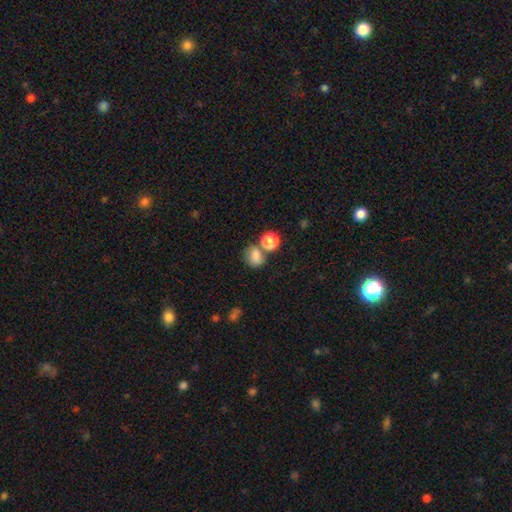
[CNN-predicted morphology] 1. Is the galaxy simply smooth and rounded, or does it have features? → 81% smooth, 11% star or artifact, 8% featured or disk.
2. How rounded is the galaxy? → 55% round, 44% in between, 1% cigar-shaped.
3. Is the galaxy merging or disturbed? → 45% none, 35% merger, 13% minor disturbance, 6% major disturbance.